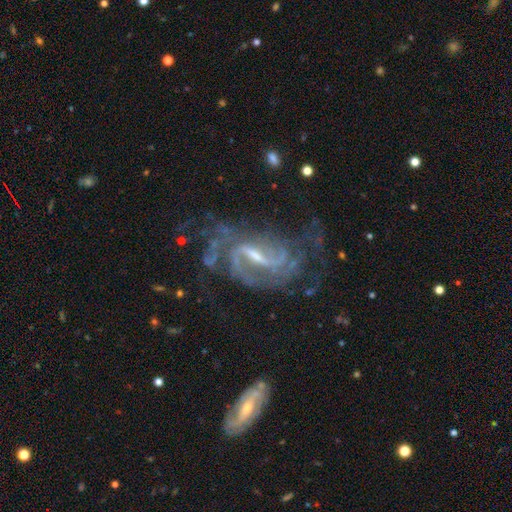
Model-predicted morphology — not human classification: Smooth or featured? featured or disk (87%)
Edge-on disk? no (95%)
Bar? weak (45%)
Spiral arms? yes (95%)
Spiral winding? medium (45%)
Spiral arm count? 2 (48%)
Bulge size? small (54%)
Merging? none (53%)